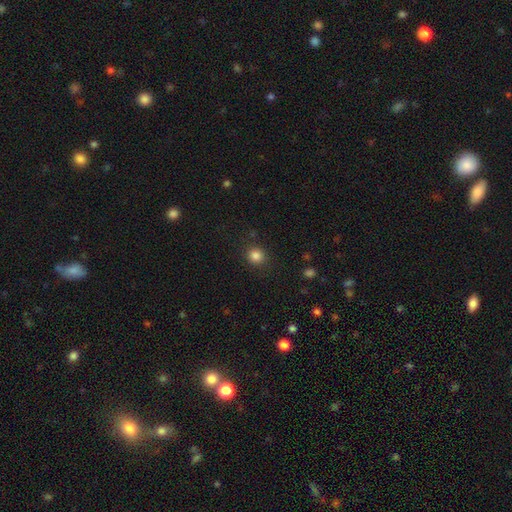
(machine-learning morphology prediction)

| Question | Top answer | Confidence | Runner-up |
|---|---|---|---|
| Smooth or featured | smooth | 84% | star or artifact (12%) |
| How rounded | round | 88% | in between (11%) |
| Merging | none | 89% | minor disturbance (7%) |